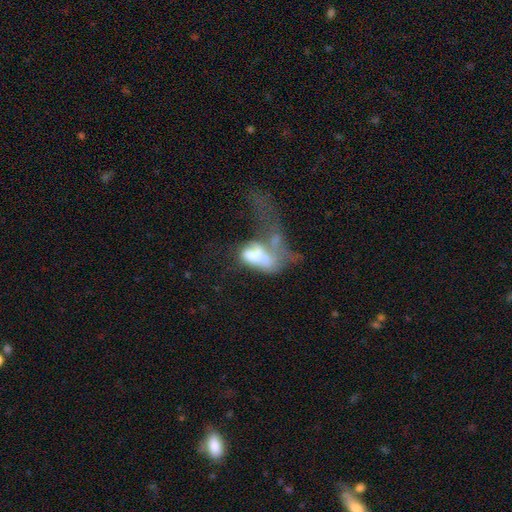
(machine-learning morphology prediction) smooth_or_featured: smooth (p=0.48) [alt: featured or disk p=0.41]
merging: merger (p=0.48) [alt: major disturbance p=0.38]